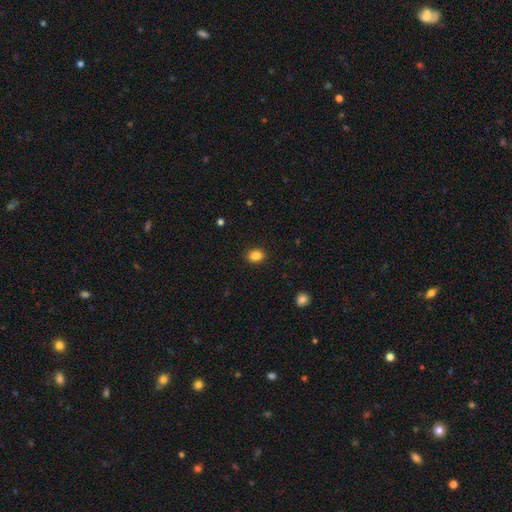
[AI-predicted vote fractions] smooth-or-featured: smooth: 86% | star or artifact: 10% | featured or disk: 4%
  how-rounded: in between: 62% | round: 37% | cigar-shaped: 1%
  merging: none: 90% | minor disturbance: 7% | major disturbance: 2% | merger: 1%